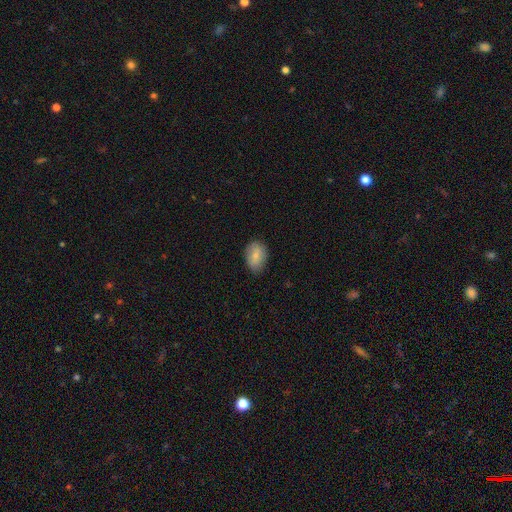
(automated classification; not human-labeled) smooth_or_featured: smooth (p=0.78) [alt: featured or disk p=0.14]
how_rounded: in between (p=0.82) [alt: round p=0.16]
merging: none (p=0.82) [alt: minor disturbance p=0.14]